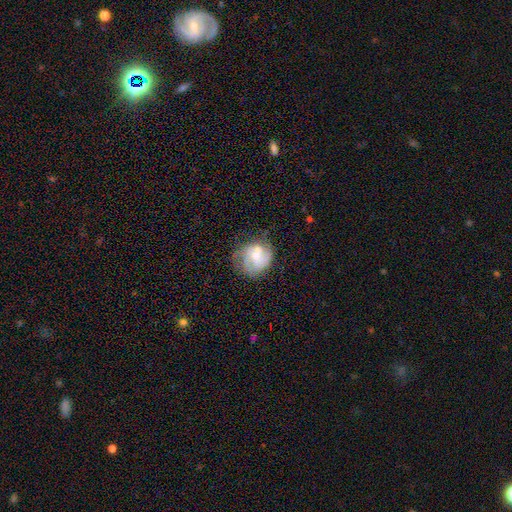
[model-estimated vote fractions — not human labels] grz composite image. It shows a featured or disk galaxy (59%) with no bar (69%), spiral arms (71%) and a small central bulge (49%). Merging: none (45%).